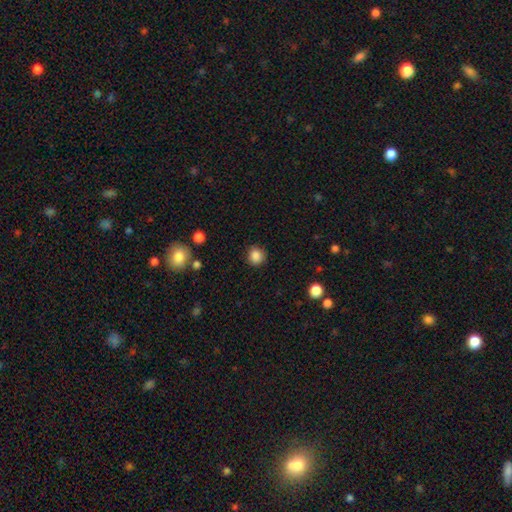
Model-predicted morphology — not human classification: smooth_or_featured: smooth (p=0.86) [alt: star or artifact p=0.10]
how_rounded: round (p=0.86) [alt: in between p=0.13]
merging: none (p=0.89) [alt: minor disturbance p=0.08]